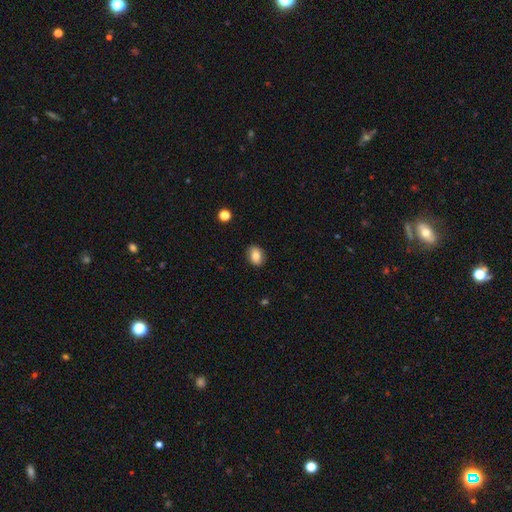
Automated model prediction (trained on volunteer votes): Morphology: type=smooth (82%); roundness=in between (60%); merging=none (89%).